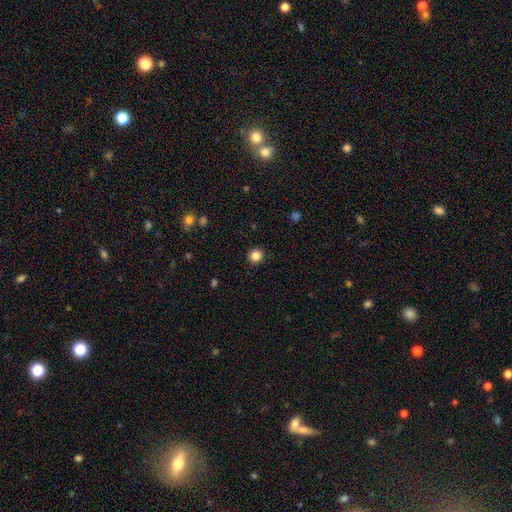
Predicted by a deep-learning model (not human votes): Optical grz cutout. It shows a smooth galaxy with no disk features (84%) that is round (94%). Merging: none (92%).